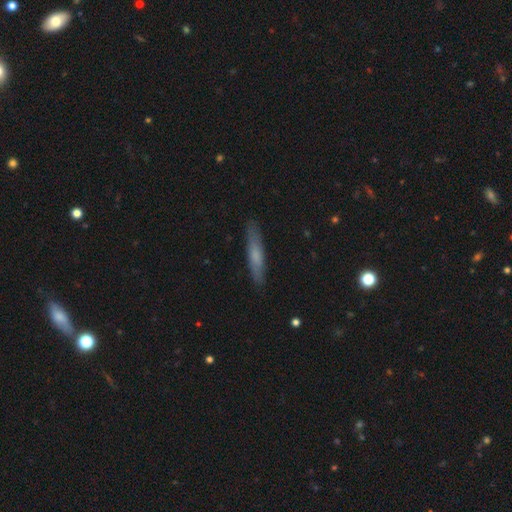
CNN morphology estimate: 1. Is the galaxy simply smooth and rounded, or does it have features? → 60% smooth, 34% featured or disk, 6% star or artifact.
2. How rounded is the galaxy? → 90% cigar-shaped, 9% in between, 1% round.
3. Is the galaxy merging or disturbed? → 87% none, 10% minor disturbance, 2% major disturbance, 1% merger.